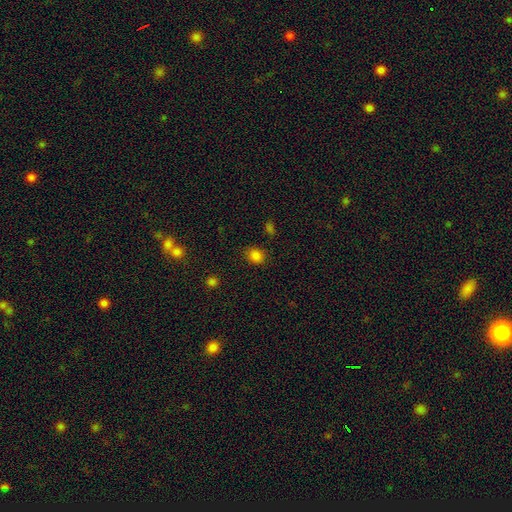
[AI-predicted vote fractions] Morphology: type=smooth (82%); roundness=round (63%); merging=none (83%).